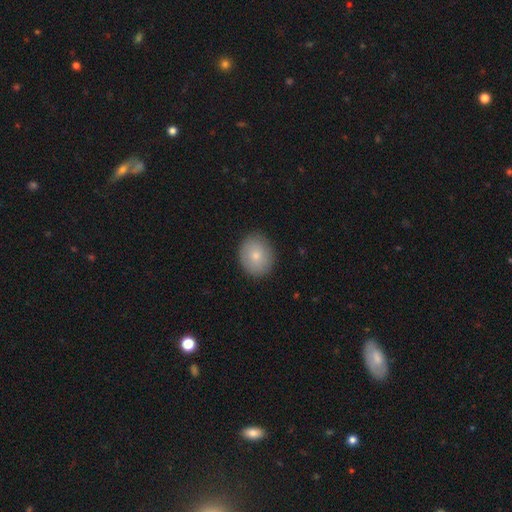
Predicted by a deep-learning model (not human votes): Smooth or featured?
  - smooth: 79% *
  - featured or disk: 14%
  - star or artifact: 7%
How rounded?
  - round: 50% *
  - in between: 49%
  - cigar-shaped: 1%
Merging?
  - none: 87% *
  - minor disturbance: 10%
  - major disturbance: 2%
  - merger: 1%